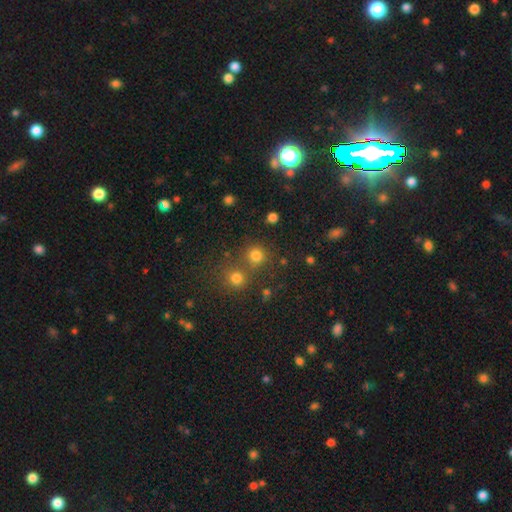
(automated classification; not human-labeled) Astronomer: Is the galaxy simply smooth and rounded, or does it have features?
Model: smooth — 75%.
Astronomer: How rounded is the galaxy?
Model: round — 89%.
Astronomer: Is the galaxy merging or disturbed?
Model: none — 66%.